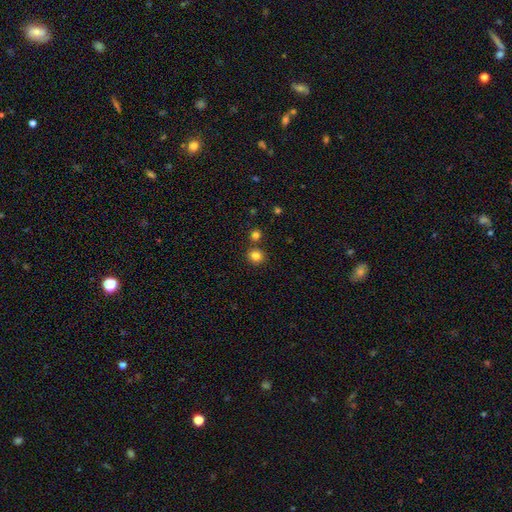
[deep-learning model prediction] This appears to be a smooth galaxy with no disk features (82%) that is round (88%). Merging: none (79%).